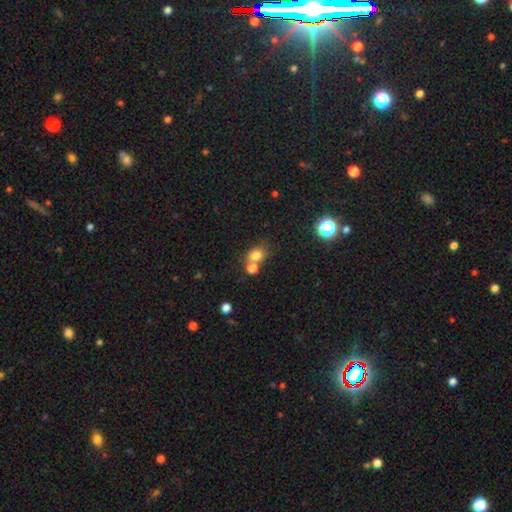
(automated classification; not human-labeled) The model was most divided on "merging": none: 49%, merger: 37%, minor disturbance: 10%, major disturbance: 4%. More confident: smooth or featured — smooth (77%); how rounded — round (61%).